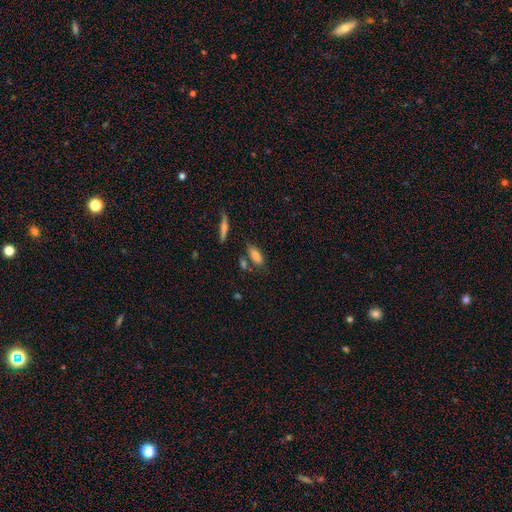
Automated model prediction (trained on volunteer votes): The model was most divided on "merging": none: 65%, minor disturbance: 17%, merger: 12%, major disturbance: 5%. More confident: smooth or featured — smooth (79%); how rounded — in between (77%).